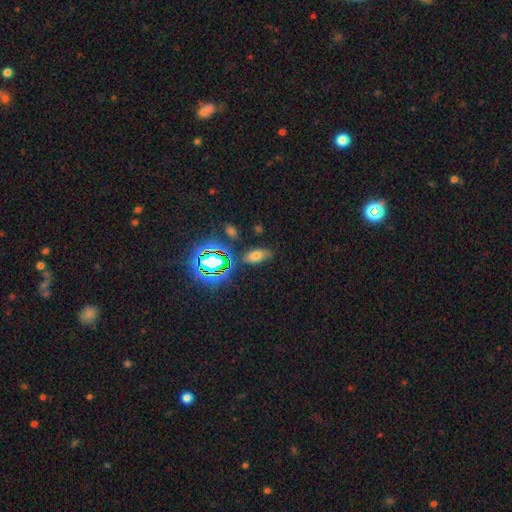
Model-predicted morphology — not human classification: Smooth or featured? Predicted: smooth (p=0.61). How rounded? Predicted: in between (p=0.86). Merging? Predicted: none (p=0.79).